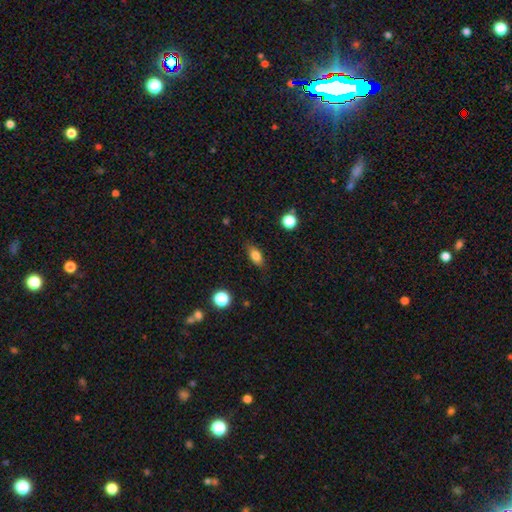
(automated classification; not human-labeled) smooth-or-featured: smooth: 81% | featured or disk: 10% | star or artifact: 9%
  how-rounded: in between: 82% | cigar-shaped: 10% | round: 9%
  merging: none: 84% | minor disturbance: 12% | major disturbance: 3% | merger: 1%